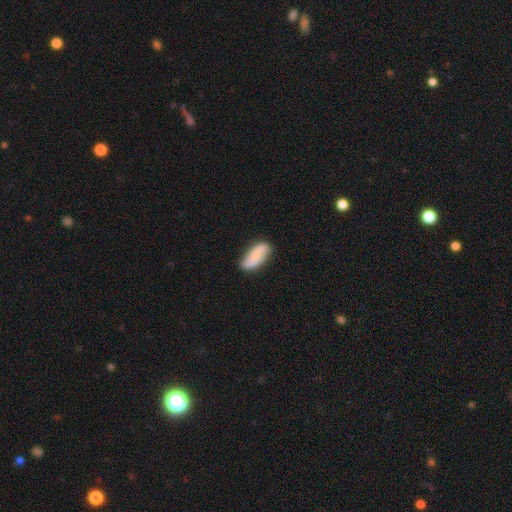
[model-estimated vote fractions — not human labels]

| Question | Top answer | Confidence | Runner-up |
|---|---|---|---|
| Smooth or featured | smooth | 64% | featured or disk (29%) |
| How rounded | in between | 83% | cigar-shaped (15%) |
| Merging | none | 74% | minor disturbance (20%) |